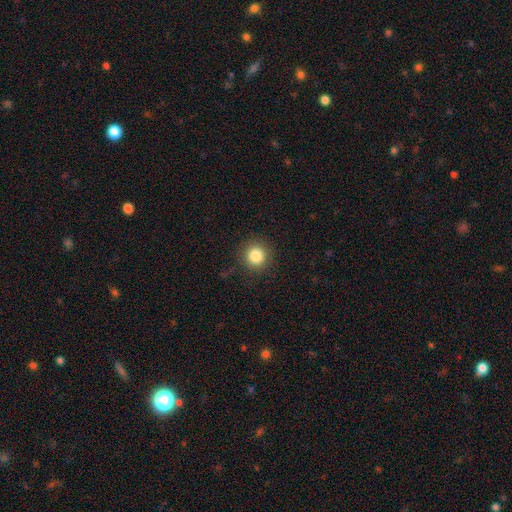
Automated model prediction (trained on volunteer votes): Morphology: type=smooth (84%); roundness=round (93%); merging=none (88%).